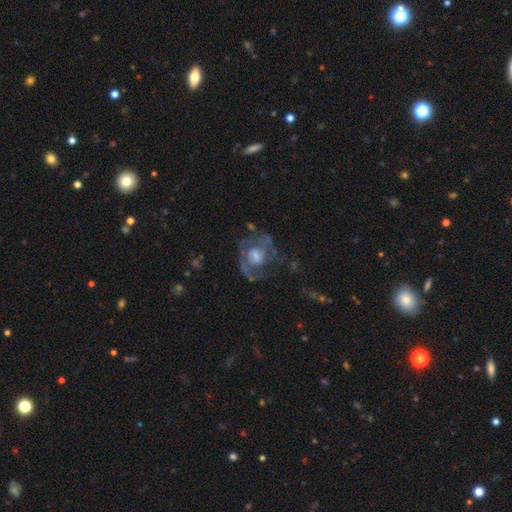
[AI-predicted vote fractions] Smooth or featured: featured or disk — 77% (smooth — 15%)
Edge-on disk: no — 97% (yes — 3%)
Bar: no — 62% (weak — 32%)
Spiral arms: yes — 76% (no — 24%)
Spiral winding: medium — 45% (tight — 35%)
Spiral arm count: 2 — 45% (can't tell — 28%)
Bulge size: moderate — 51% (small — 26%)
Merging: none — 54% (major disturbance — 24%)